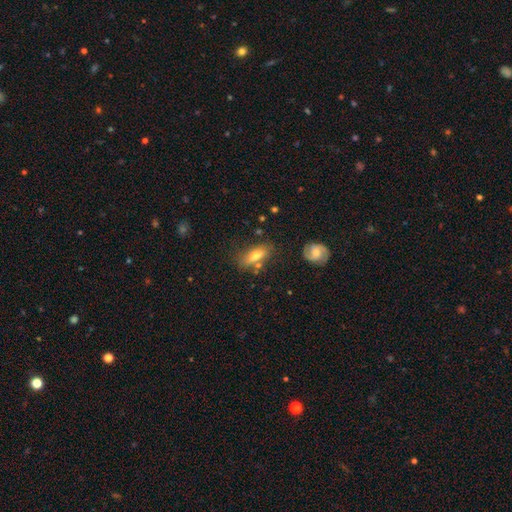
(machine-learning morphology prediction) smooth_or_featured: smooth (p=0.67) [alt: featured or disk p=0.26]
how_rounded: in between (p=0.71) [alt: cigar-shaped p=0.25]
merging: none (p=0.69) [alt: minor disturbance p=0.17]